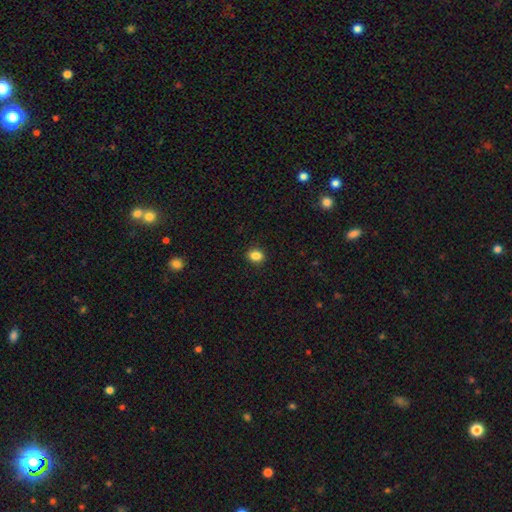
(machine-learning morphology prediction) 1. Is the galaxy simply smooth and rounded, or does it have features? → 85% smooth, 11% star or artifact, 4% featured or disk.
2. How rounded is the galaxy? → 57% round, 42% in between, 1% cigar-shaped.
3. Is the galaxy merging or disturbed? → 91% none, 6% minor disturbance, 2% major disturbance, 1% merger.